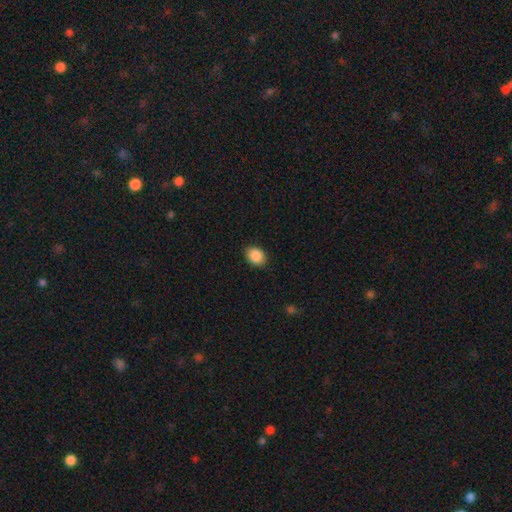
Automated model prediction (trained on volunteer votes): Overall: smooth (89%). How rounded: in between (64%; round 35%). Merging: none (89%).